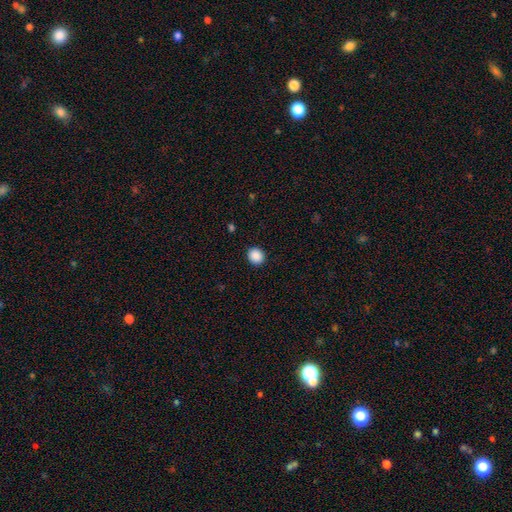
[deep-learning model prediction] smooth 89%, star or artifact 9%, featured or disk 2%. Down the decision tree: how rounded — round (78%); merging — none (92%).